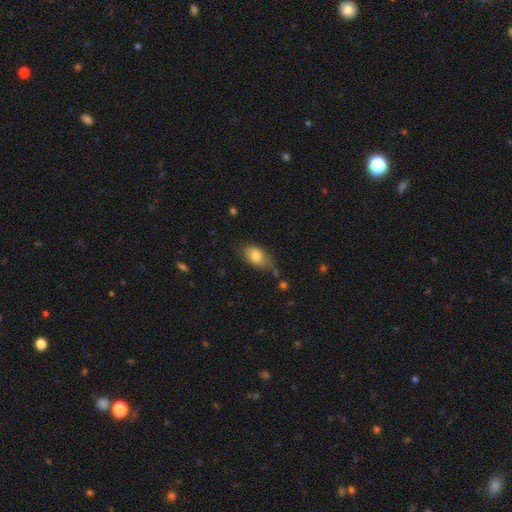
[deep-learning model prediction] Q: Smooth or featured?
A: smooth (76%); runner-up: featured or disk (16%)
Q: How rounded?
A: in between (89%); runner-up: round (7%)
Q: Merging?
A: none (54%); runner-up: minor disturbance (31%)